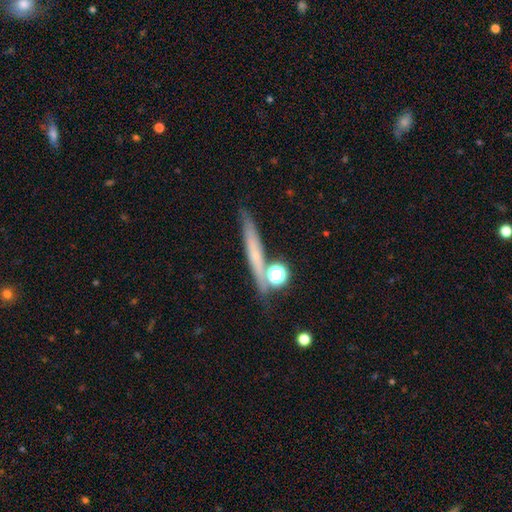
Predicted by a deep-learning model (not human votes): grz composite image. It shows a smooth galaxy with no disk features (47%). Merging: none (72%).